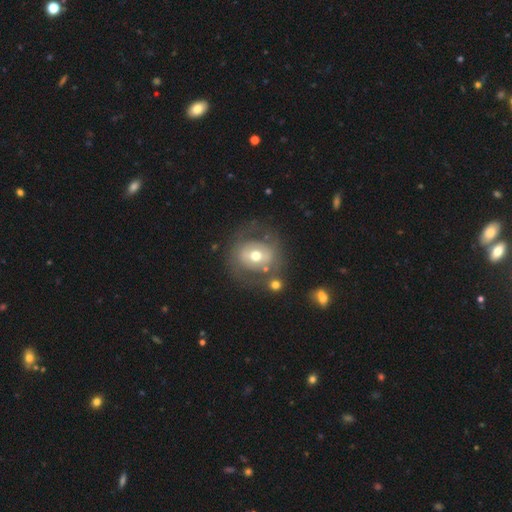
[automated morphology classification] Overall: featured or disk (51%; smooth 41%). Edge-on disk: no (95%). Merging: none (64%).